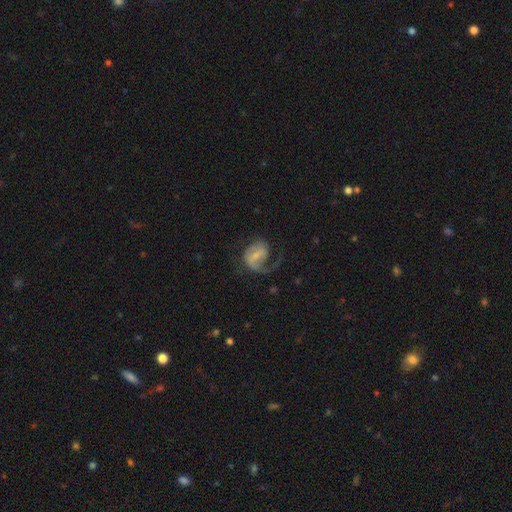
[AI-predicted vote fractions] Smooth or featured: featured or disk — 70% (smooth — 24%)
Edge-on disk: no — 97% (yes — 3%)
Bar: weak — 49% (no — 28%)
Spiral arms: yes — 86% (no — 14%)
Spiral winding: medium — 41% (loose — 39%)
Spiral arm count: 1 — 58% (2 — 32%)
Bulge size: small — 52% (moderate — 29%)
Merging: major disturbance — 41% (none — 38%)